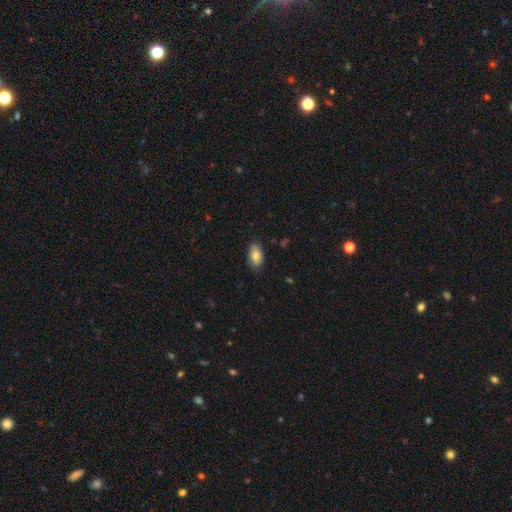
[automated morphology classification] This appears to be a smooth galaxy with no disk features (75%) that is in between round and cigar-shaped (92%). Merging: none (78%).